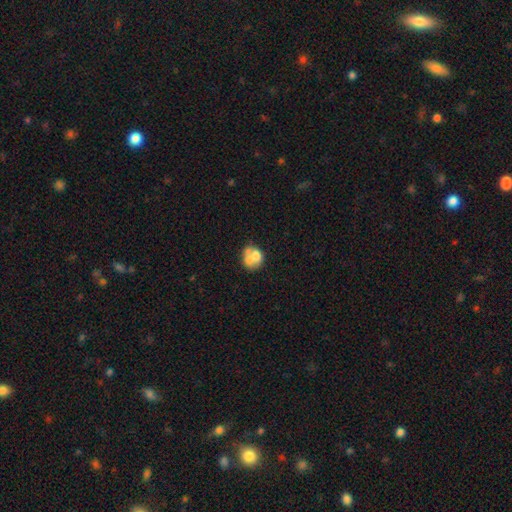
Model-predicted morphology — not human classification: Smooth or featured?
  - smooth: 55% *
  - featured or disk: 35%
  - star or artifact: 9%
How rounded?
  - round: 58% *
  - in between: 41%
  - cigar-shaped: 1%
Merging?
  - merger: 48% *
  - none: 31%
  - minor disturbance: 13%
  - major disturbance: 9%